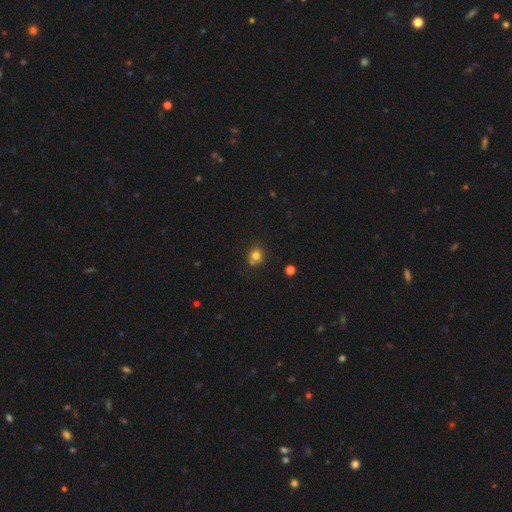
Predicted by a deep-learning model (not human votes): Q: Smooth or featured?
A: smooth (77%); runner-up: star or artifact (14%)
Q: How rounded?
A: round (80%); runner-up: in between (19%)
Q: Merging?
A: none (65%); runner-up: merger (18%)